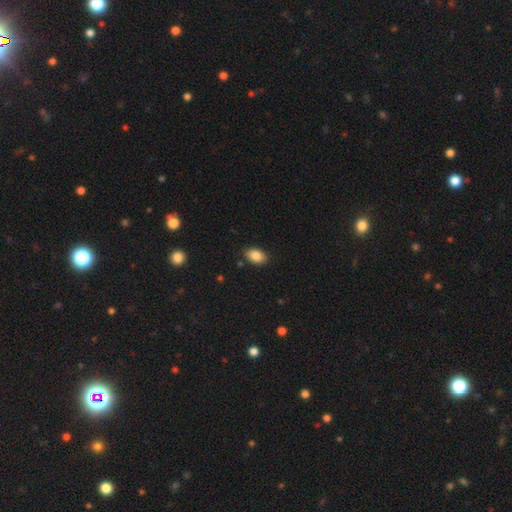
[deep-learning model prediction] A smooth galaxy with no disk features (87%) that is in between round and cigar-shaped (89%). Merging: none (86%).